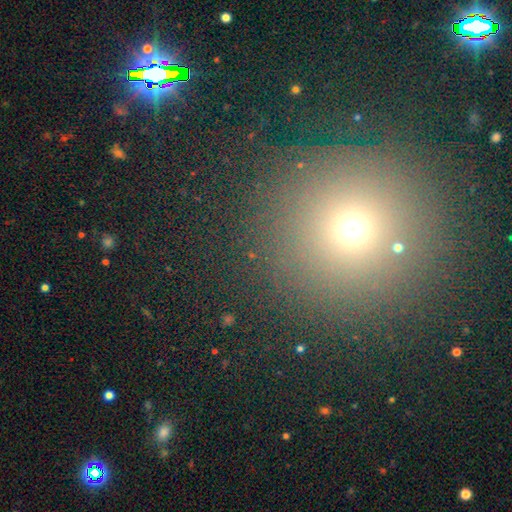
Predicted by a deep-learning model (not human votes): Smooth or featured?
  - smooth: 56% *
  - star or artifact: 35%
  - featured or disk: 9%
How rounded?
  - round: 95% *
  - in between: 4%
  - cigar-shaped: 1%
Merging?
  - none: 88% *
  - minor disturbance: 6%
  - major disturbance: 3%
  - merger: 3%